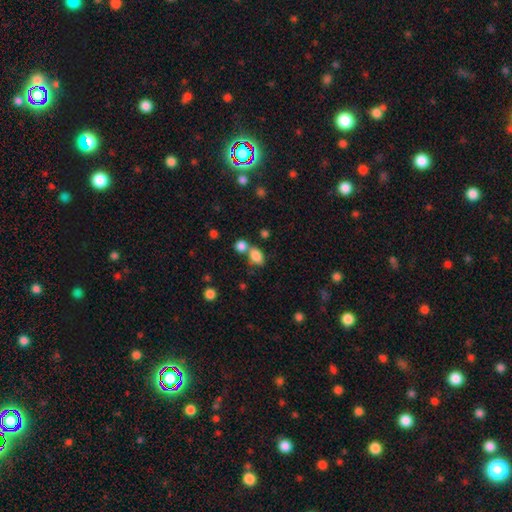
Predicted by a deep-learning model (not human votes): smooth 84%, star or artifact 10%, featured or disk 7%. Down the decision tree: how rounded — in between (83%); merging — none (47%).